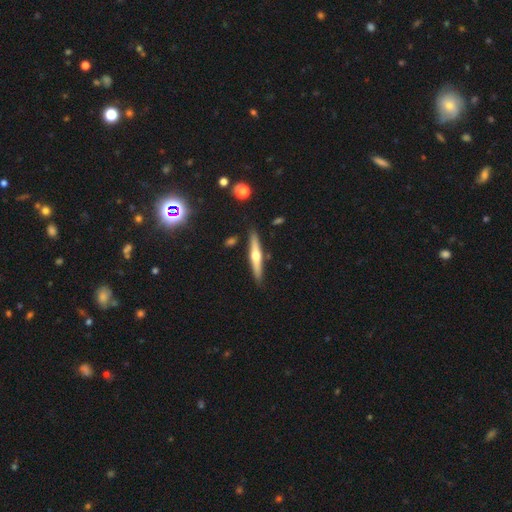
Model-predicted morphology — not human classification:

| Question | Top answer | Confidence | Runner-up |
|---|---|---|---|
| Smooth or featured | featured or disk | 58% | smooth (37%) |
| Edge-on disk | yes | 96% | no (4%) |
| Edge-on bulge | rounded | 90% | none (6%) |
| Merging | none | 87% | minor disturbance (8%) |